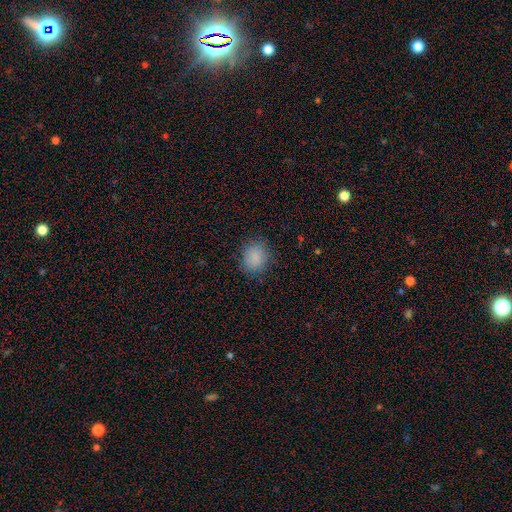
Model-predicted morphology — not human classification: The model was most divided on "how rounded": round: 63%, in between: 37%, cigar-shaped: 1%. More confident: smooth or featured — smooth (85%); merging — none (83%).